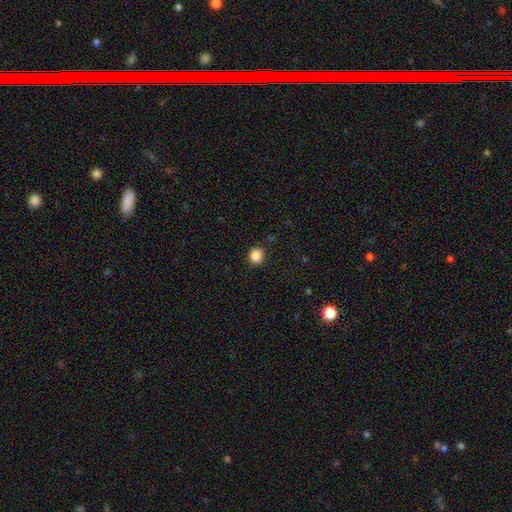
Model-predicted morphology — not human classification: Smooth or featured? Predicted: smooth (p=0.86). How rounded? Predicted: round (p=0.83). Merging? Predicted: none (p=0.88).